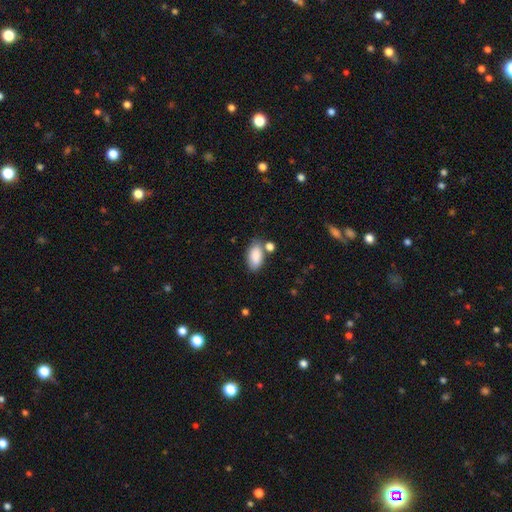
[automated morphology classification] Smooth or featured: smooth — 86% (star or artifact — 7%)
How rounded: in between — 93% (round — 4%)
Merging: none — 65% (minor disturbance — 16%)